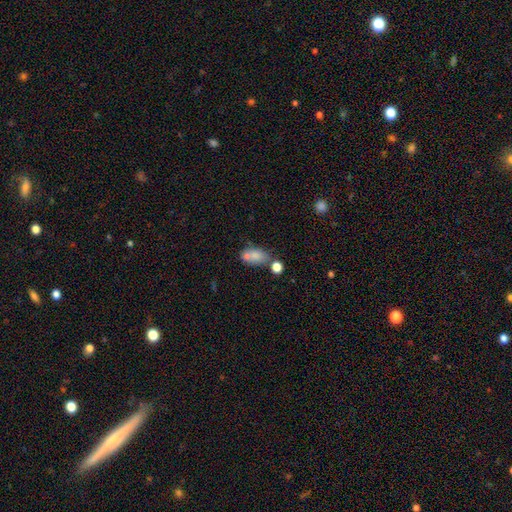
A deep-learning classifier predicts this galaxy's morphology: A smooth galaxy with no disk features (74%) that is in between round and cigar-shaped (80%).

Vote fractions:
- Smooth or featured? smooth: 74% / featured or disk: 15% / star or artifact: 10%
- How rounded? in between: 80% / round: 17% / cigar-shaped: 3%
- Merging? none: 42% / merger: 35% / minor disturbance: 16% / major disturbance: 7%